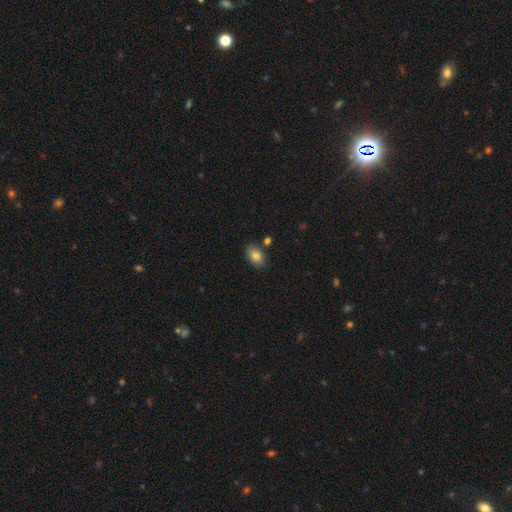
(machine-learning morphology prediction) This is clearly a smooth galaxy (83%). How rounded: clearly in between (87%). Merging: clearly none (81%).